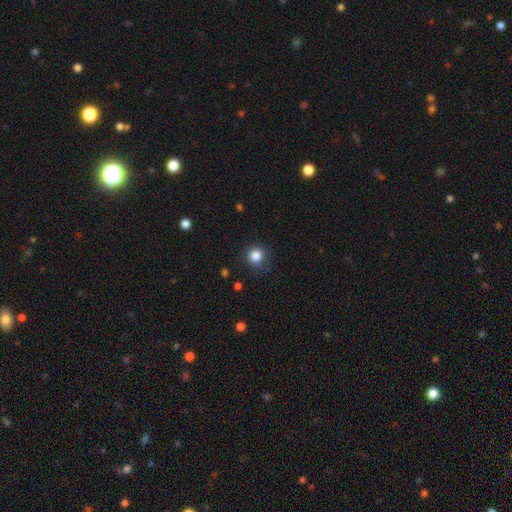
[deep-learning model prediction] This appears to be a smooth galaxy with no disk features (85%) that is round (91%). Merging: none (83%).